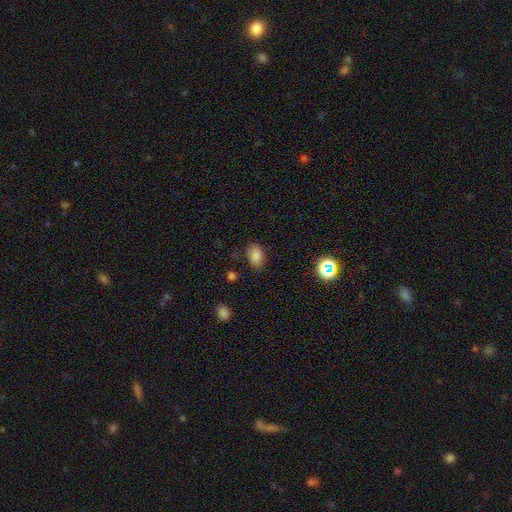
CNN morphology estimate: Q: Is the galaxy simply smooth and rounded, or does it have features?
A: smooth — 83%.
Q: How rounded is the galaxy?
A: in between — 84%.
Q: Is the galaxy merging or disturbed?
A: none — 78%.